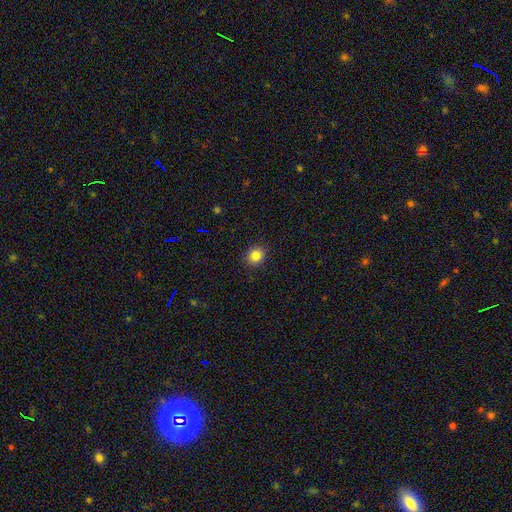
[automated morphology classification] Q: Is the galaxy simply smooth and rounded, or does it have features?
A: smooth — 83%.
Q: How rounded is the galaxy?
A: round — 81%.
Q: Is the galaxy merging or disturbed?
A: none — 90%.